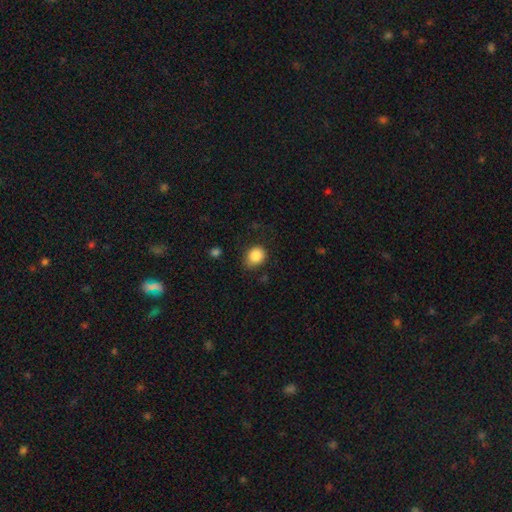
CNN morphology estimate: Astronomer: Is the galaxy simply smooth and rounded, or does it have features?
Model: smooth — 86%.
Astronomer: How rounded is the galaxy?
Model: round — 62% (runner-up: in between, 38%).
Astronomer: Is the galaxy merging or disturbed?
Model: none — 71%.